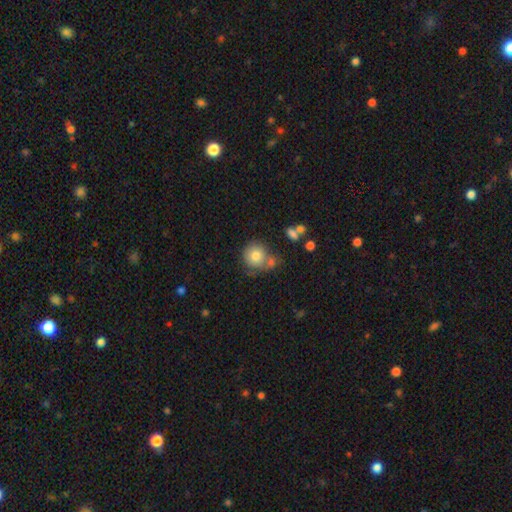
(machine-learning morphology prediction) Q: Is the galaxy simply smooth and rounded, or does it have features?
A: smooth — 78%.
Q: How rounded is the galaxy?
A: round — 88%.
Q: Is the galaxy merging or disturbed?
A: none — 51%.